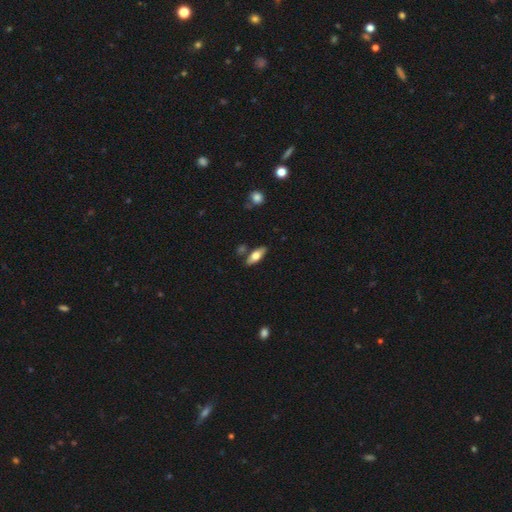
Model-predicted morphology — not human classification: type=smooth (60%); roundness=in between (72%); merging=none (80%).